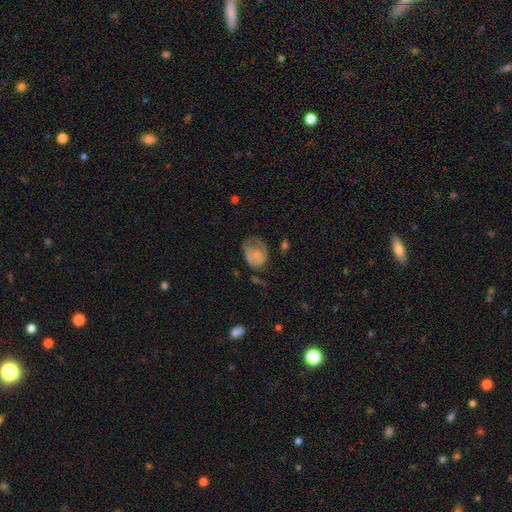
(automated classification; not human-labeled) Overall: smooth (60%; featured or disk 30%). How rounded: in between (57%; round 42%). Merging: major disturbance (33%; minor disturbance 32%).